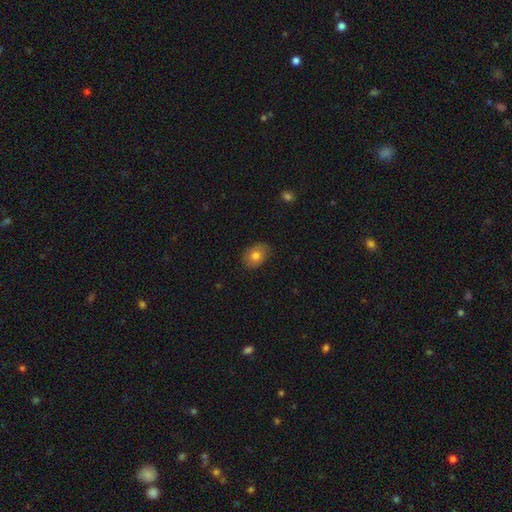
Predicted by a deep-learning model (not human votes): Smooth or featured? smooth (78%)
How rounded? in between (72%)
Merging? none (82%)